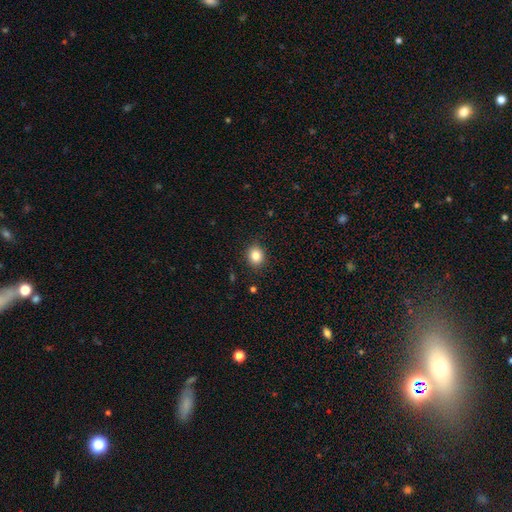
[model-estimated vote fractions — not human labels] The model was most divided on "how rounded": round: 71%, in between: 28%, cigar-shaped: 1%. More confident: merging — none (89%); smooth or featured — smooth (84%).